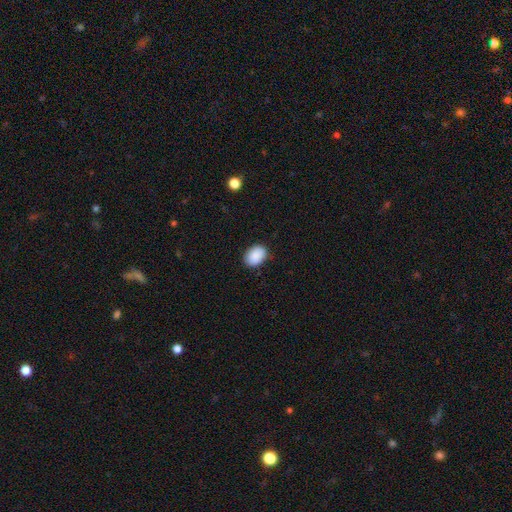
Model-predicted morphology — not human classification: Q: Smooth or featured?
A: smooth (90%); runner-up: star or artifact (7%)
Q: How rounded?
A: in between (82%); runner-up: round (17%)
Q: Merging?
A: none (86%); runner-up: minor disturbance (10%)